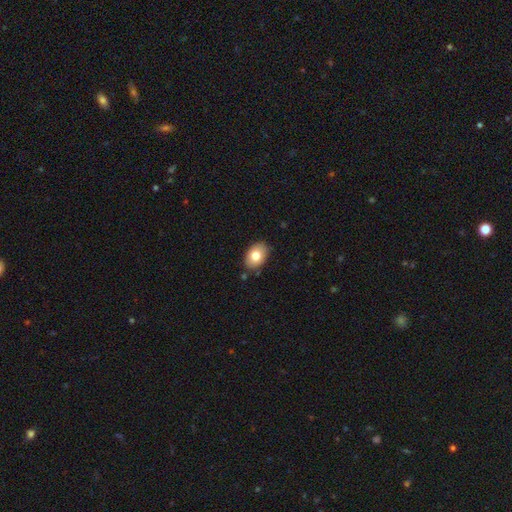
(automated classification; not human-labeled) Smooth or featured?
  - smooth: 79% *
  - featured or disk: 14%
  - star or artifact: 8%
How rounded?
  - in between: 81% *
  - round: 18%
  - cigar-shaped: 1%
Merging?
  - none: 84% *
  - minor disturbance: 12%
  - major disturbance: 2%
  - merger: 2%